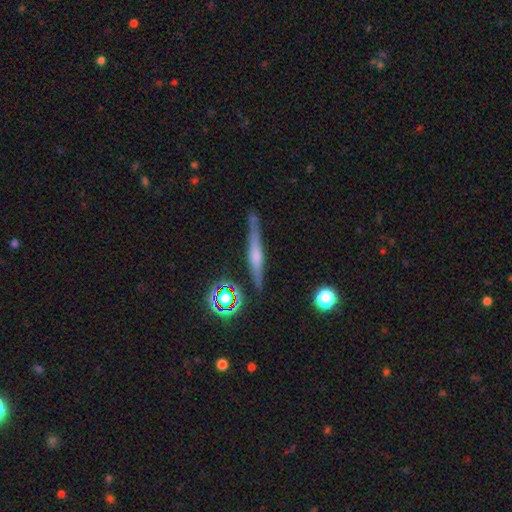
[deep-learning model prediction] Morphology: type=featured or disk (60%); edge-on=yes (96%); edge-on bulge=rounded (67%); merging=none (83%).